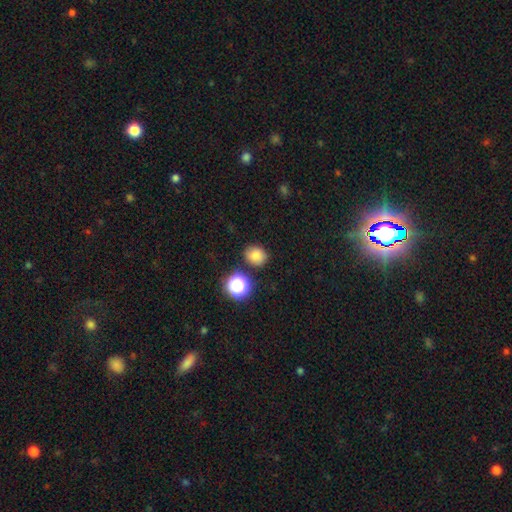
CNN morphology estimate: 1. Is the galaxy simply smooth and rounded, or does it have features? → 80% smooth, 14% star or artifact, 5% featured or disk.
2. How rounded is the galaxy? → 67% round, 32% in between, 1% cigar-shaped.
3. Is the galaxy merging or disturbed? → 82% none, 10% minor disturbance, 5% merger, 3% major disturbance.